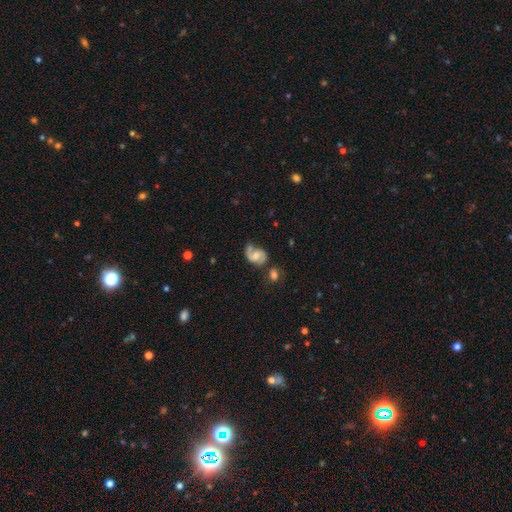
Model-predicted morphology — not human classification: smooth_or_featured: featured or disk (p=0.76) [alt: smooth p=0.17]
disk_edge_on: no (p=0.98) [alt: yes p=0.02]
bar: no (p=0.55) [alt: weak p=0.37]
has_spiral_arms: yes (p=0.94) [alt: no p=0.06]
spiral_winding: medium (p=0.48) [alt: loose p=0.28]
spiral_arm_count: 2 (p=0.79) [alt: 1 p=0.14]
bulge_size: moderate (p=0.51) [alt: small p=0.33]
merging: none (p=0.53) [alt: minor disturbance p=0.24]